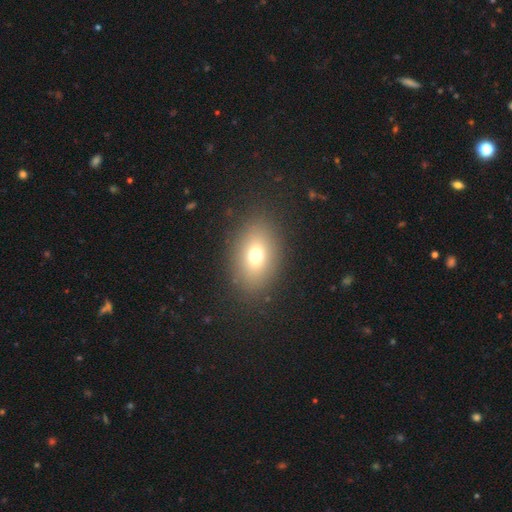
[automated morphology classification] smooth_or_featured: smooth (p=0.71) [alt: star or artifact p=0.14]
how_rounded: in between (p=0.75) [alt: round p=0.24]
merging: none (p=0.86) [alt: minor disturbance p=0.09]